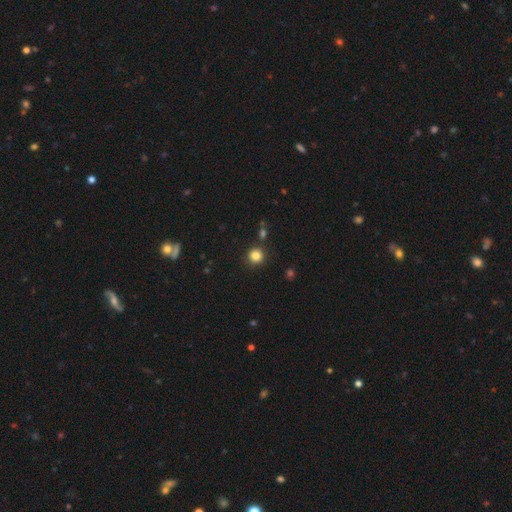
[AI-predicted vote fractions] A smooth galaxy with no disk features (84%) that is round (91%).

Vote fractions:
- Smooth or featured? smooth: 84% / star or artifact: 12% / featured or disk: 4%
- How rounded? round: 91% / in between: 8% / cigar-shaped: 1%
- Merging? none: 85% / minor disturbance: 8% / merger: 4% / major disturbance: 3%